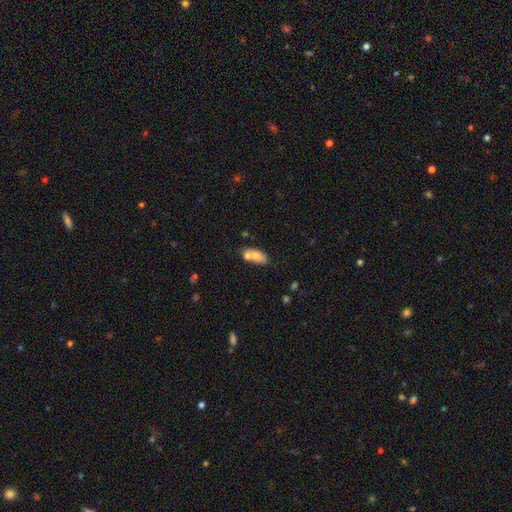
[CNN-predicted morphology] Smooth or featured: smooth — 74% (featured or disk — 17%)
How rounded: in between — 84% (cigar-shaped — 10%)
Merging: none — 44% (merger — 36%)